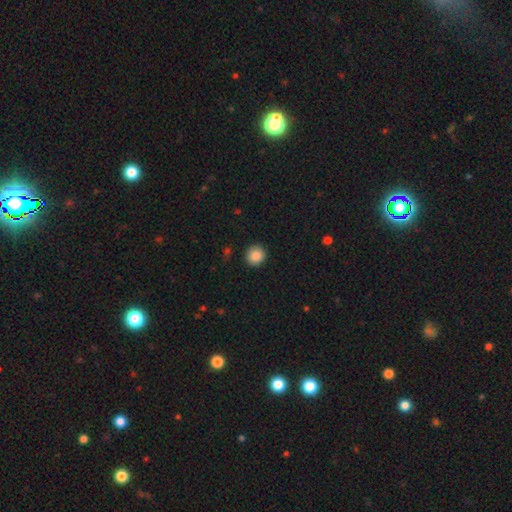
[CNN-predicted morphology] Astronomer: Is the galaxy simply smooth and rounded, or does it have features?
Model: smooth — 88%.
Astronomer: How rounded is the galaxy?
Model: round — 90%.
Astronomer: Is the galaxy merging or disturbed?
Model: none — 91%.